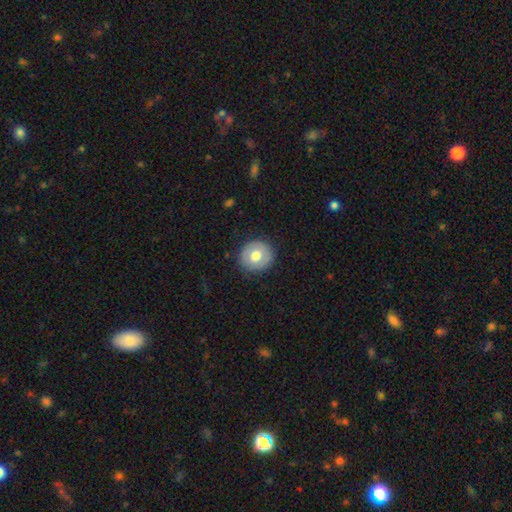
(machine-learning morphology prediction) Smooth or featured? Predicted: smooth (p=0.69). How rounded? Predicted: round (p=0.84). Merging? Predicted: none (p=0.86).